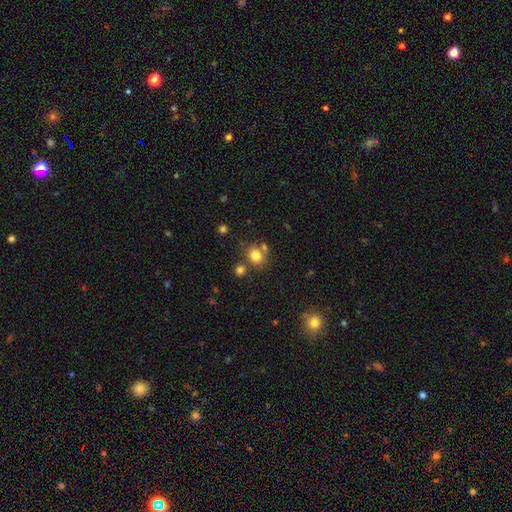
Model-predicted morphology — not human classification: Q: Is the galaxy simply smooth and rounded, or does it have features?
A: smooth — 79%.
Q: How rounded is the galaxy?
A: round — 66%.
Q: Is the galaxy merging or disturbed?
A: none — 66%.